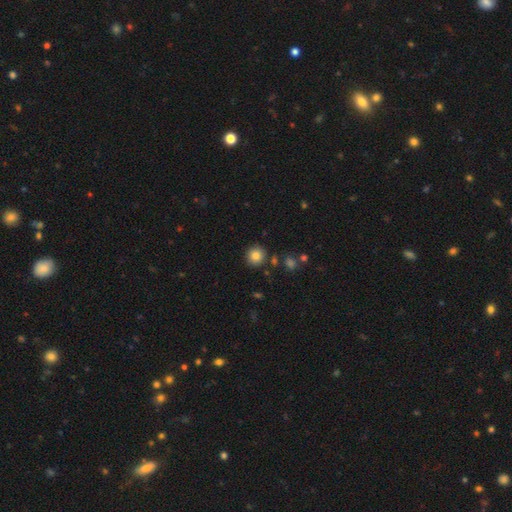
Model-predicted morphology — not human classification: Q: Smooth or featured?
A: smooth (83%); runner-up: star or artifact (11%)
Q: How rounded?
A: round (92%); runner-up: in between (8%)
Q: Merging?
A: none (87%); runner-up: minor disturbance (7%)